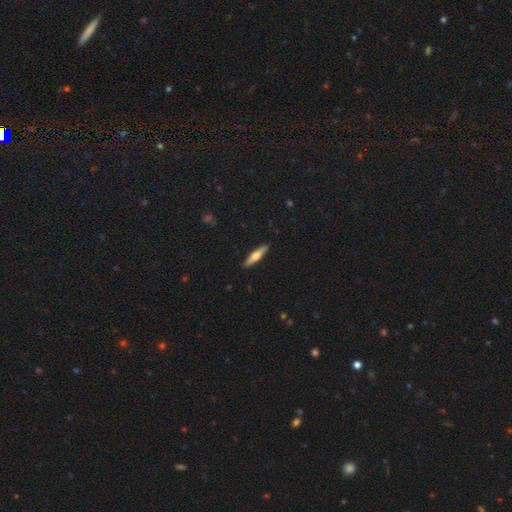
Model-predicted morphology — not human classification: smooth-or-featured: smooth: 50% | featured or disk: 45% | star or artifact: 5%
  merging: none: 91% | minor disturbance: 7% | major disturbance: 1% | merger: 1%